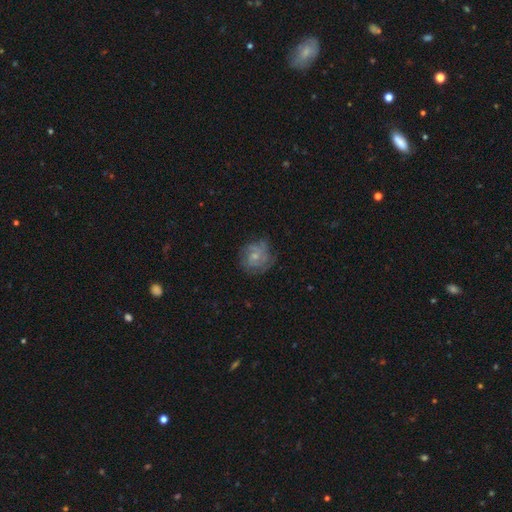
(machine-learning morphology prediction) Smooth or featured: featured or disk — 58% (smooth — 32%)
Edge-on disk: no — 98% (yes — 2%)
Bar: no — 77% (weak — 20%)
Spiral arms: yes — 78% (no — 22%)
Bulge size: small — 59% (moderate — 34%)
Merging: none — 67% (minor disturbance — 22%)